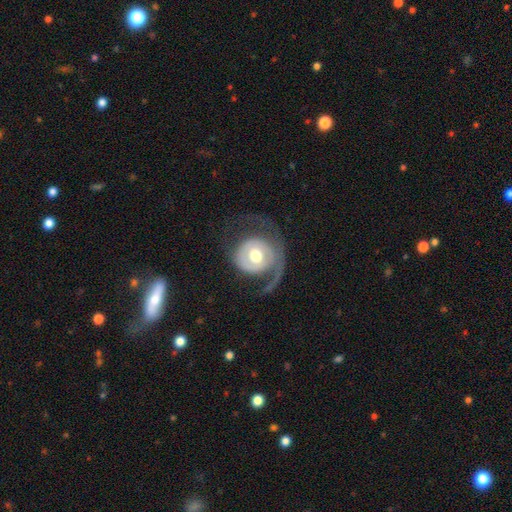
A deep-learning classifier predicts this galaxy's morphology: Smooth or featured: featured or disk — 71% (smooth — 24%)
Edge-on disk: no — 97% (yes — 3%)
Bar: no — 71% (weak — 23%)
Spiral arms: yes — 77% (no — 23%)
Spiral winding: loose — 42% (medium — 33%)
Spiral arm count: 1 — 48% (2 — 41%)
Bulge size: moderate — 69% (large — 20%)
Merging: none — 45% (major disturbance — 36%)